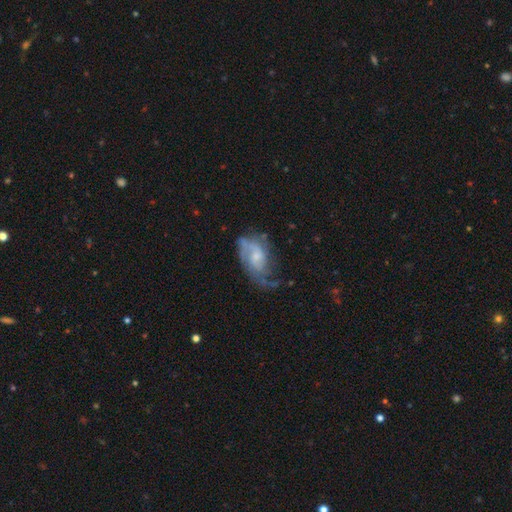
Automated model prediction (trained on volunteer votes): A featured or disk galaxy (73%) with no bar (60%), 2 (52%) medium (43%) spiral arms (88%) and a small central bulge (44%). Merging: none (44%).